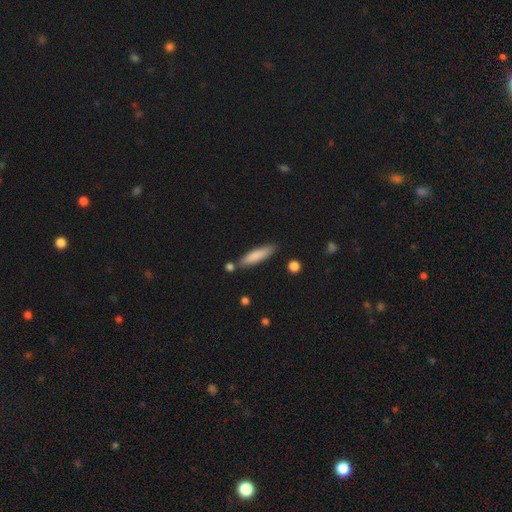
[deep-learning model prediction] Smooth or featured: smooth — 80% (featured or disk — 14%)
How rounded: cigar-shaped — 75% (in between — 24%)
Merging: none — 78% (minor disturbance — 12%)